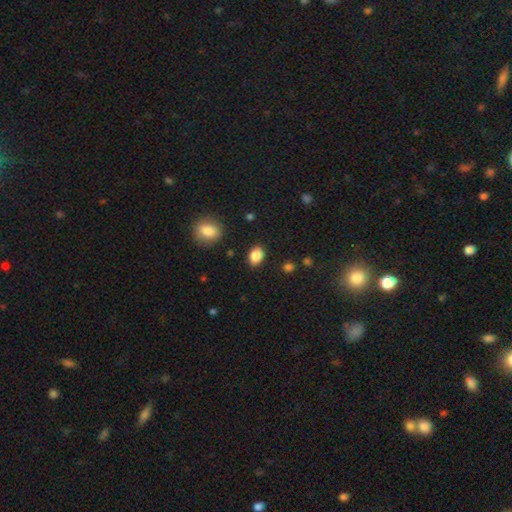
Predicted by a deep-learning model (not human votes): smooth_or_featured: smooth (p=0.87) [alt: star or artifact p=0.09]
how_rounded: in between (p=0.76) [alt: round p=0.22]
merging: none (p=0.86) [alt: minor disturbance p=0.09]